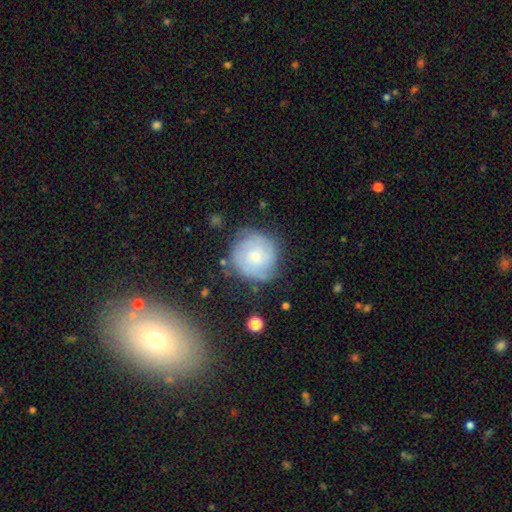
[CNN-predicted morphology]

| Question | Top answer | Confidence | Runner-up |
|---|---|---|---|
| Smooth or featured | featured or disk | 54% | smooth (39%) |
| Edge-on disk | no | 97% | yes (3%) |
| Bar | no | 78% | weak (19%) |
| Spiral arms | yes | 81% | no (19%) |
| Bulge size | small | 63% | moderate (31%) |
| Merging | none | 68% | minor disturbance (22%) |